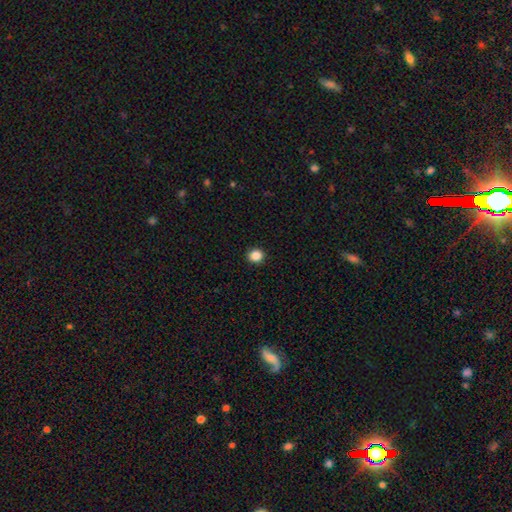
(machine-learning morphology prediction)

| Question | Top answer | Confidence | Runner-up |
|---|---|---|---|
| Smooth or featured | smooth | 86% | star or artifact (11%) |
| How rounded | round | 88% | in between (11%) |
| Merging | none | 93% | minor disturbance (5%) |